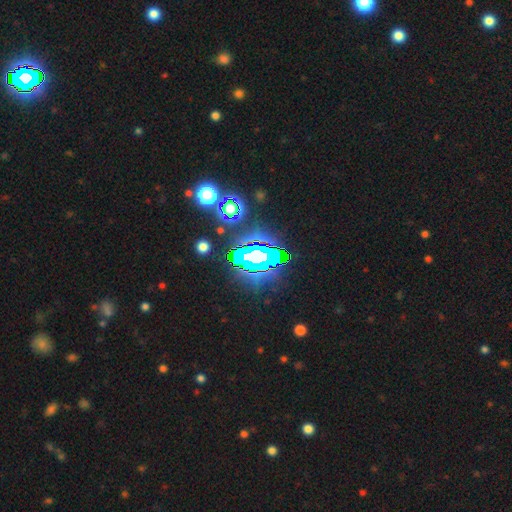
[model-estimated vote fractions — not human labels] smooth-or-featured: star or artifact: 71% | featured or disk: 15% | smooth: 14%